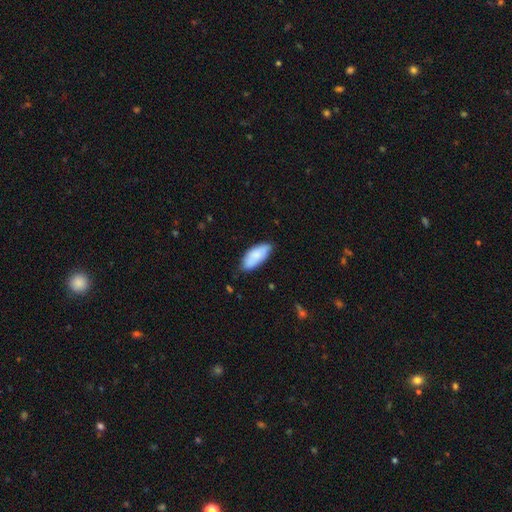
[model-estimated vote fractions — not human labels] The model was most divided on "merging": none: 72%, minor disturbance: 23%, major disturbance: 3%, merger: 2%. More confident: how rounded — in between (88%); smooth or featured — smooth (82%).